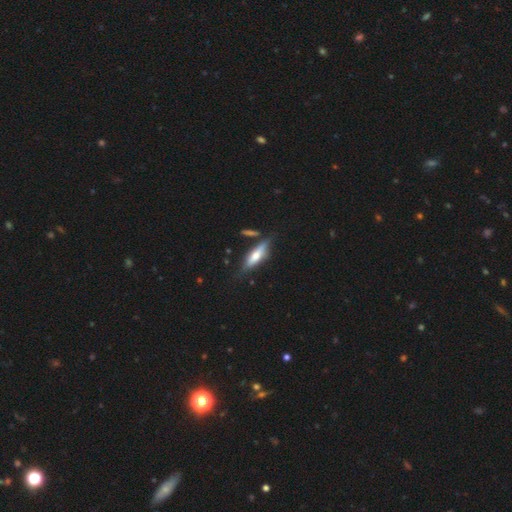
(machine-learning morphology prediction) This appears to be a smooth galaxy with no disk features (55%) that is cigar-shaped (62%). Merging: none (70%).